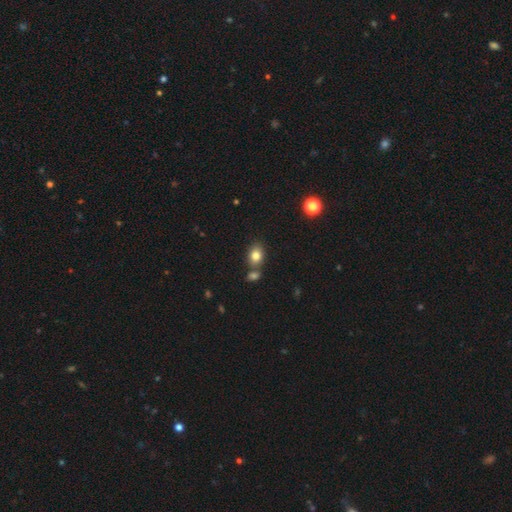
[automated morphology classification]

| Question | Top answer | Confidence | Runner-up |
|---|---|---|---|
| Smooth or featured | smooth | 81% | star or artifact (10%) |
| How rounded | in between | 65% | round (34%) |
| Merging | none | 63% | merger (23%) |